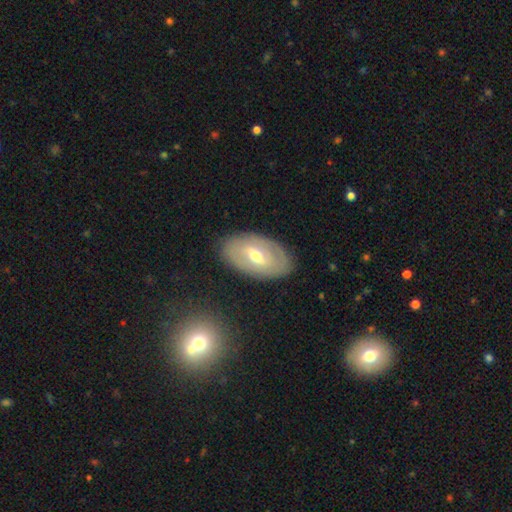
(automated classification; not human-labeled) Smooth or featured?
  - featured or disk: 63% *
  - smooth: 30%
  - star or artifact: 7%
Edge-on disk?
  - no: 90% *
  - yes: 10%
Bar?
  - weak: 49% *
  - no: 26%
  - strong: 24%
Spiral arms?
  - no: 52% *
  - yes: 48%
Bulge size?
  - moderate: 63% *
  - small: 32%
  - large: 3%
  - none: 1%
  - dominant: 1%
Merging?
  - none: 84% *
  - minor disturbance: 11%
  - major disturbance: 3%
  - merger: 2%